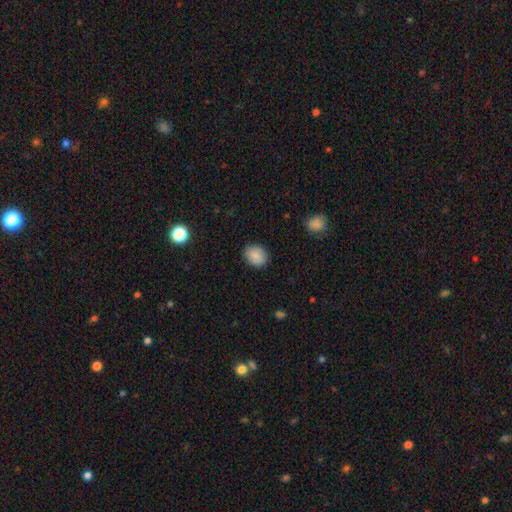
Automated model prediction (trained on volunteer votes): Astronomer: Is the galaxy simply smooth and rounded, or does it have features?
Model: smooth — 87%.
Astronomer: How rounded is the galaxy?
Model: round — 57% (runner-up: in between, 42%).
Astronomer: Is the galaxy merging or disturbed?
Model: none — 85%.